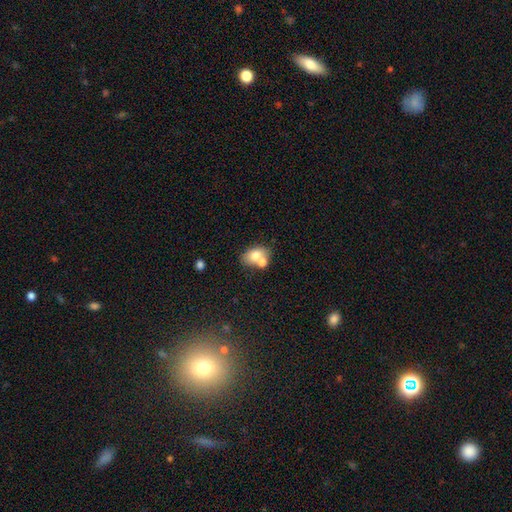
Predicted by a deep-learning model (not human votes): Smooth or featured? Predicted: smooth (p=0.72). How rounded? Predicted: in between (p=0.70). Merging? Predicted: merger (p=0.45).